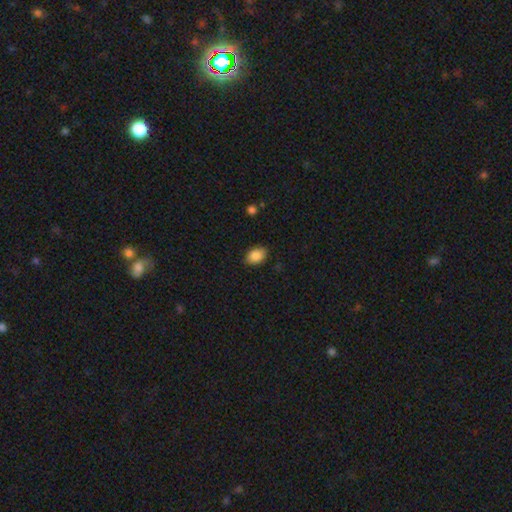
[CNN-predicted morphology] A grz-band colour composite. It shows a smooth galaxy with no disk features (87%) that is in between round and cigar-shaped (82%). Merging: none (84%).